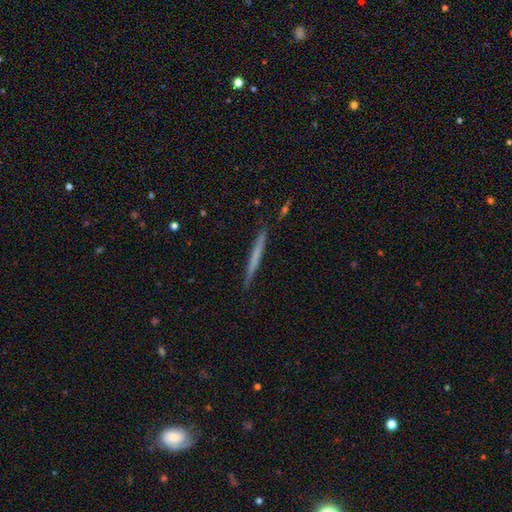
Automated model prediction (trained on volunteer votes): smooth_or_featured: smooth (p=0.52) [alt: featured or disk p=0.42]
how_rounded: cigar-shaped (p=0.97) [alt: in between p=0.02]
merging: none (p=0.89) [alt: minor disturbance p=0.08]